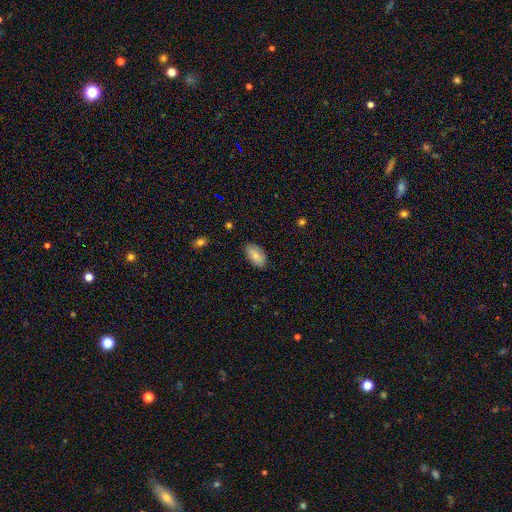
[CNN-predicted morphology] Q: Smooth or featured?
A: smooth (79%); runner-up: featured or disk (14%)
Q: How rounded?
A: in between (94%); runner-up: round (3%)
Q: Merging?
A: none (85%); runner-up: minor disturbance (12%)